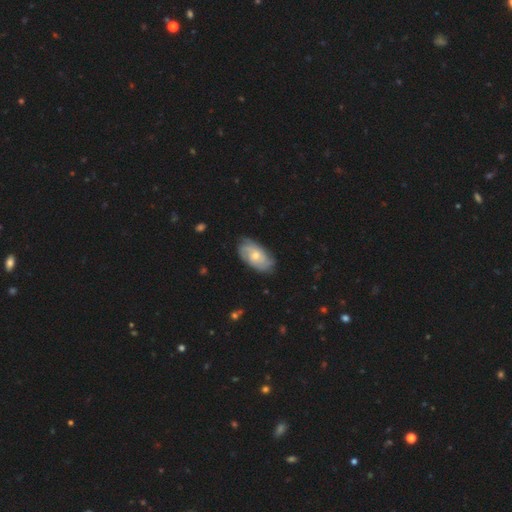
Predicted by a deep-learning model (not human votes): Overall: featured or disk (65%; smooth 30%). Edge-on disk: no (94%). Bar: no (76%). Spiral arms: yes (87%). Spiral arm count: can't tell (44%; 2 23%). Spiral winding: tight (56%; medium 32%). Bulge size: moderate (51%; small 45%). Merging: none (76%).